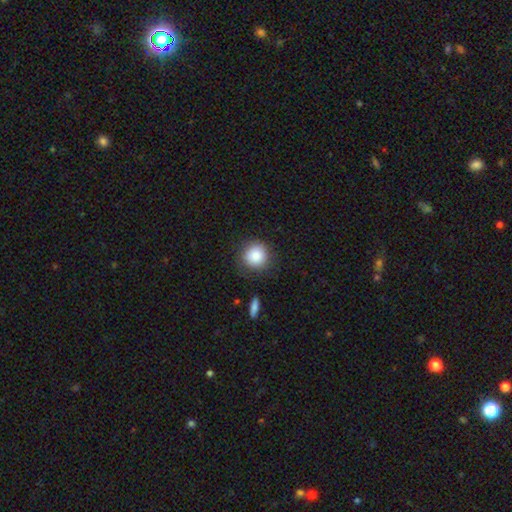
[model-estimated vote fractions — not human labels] Overall: smooth (84%). How rounded: round (92%). Merging: none (83%).